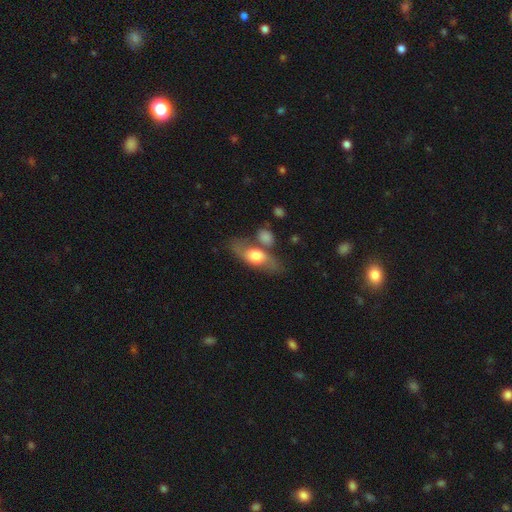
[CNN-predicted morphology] type=smooth (57%); roundness=in between (72%); merging=none (59%).